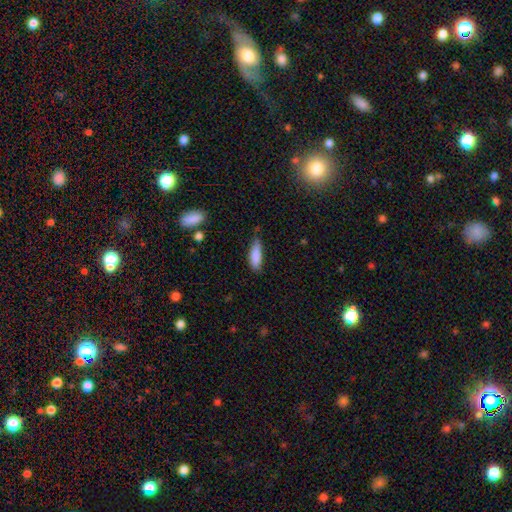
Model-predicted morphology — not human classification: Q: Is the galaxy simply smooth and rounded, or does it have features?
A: smooth — 86%.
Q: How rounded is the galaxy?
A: cigar-shaped — 51%.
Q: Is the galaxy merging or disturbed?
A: none — 63%.